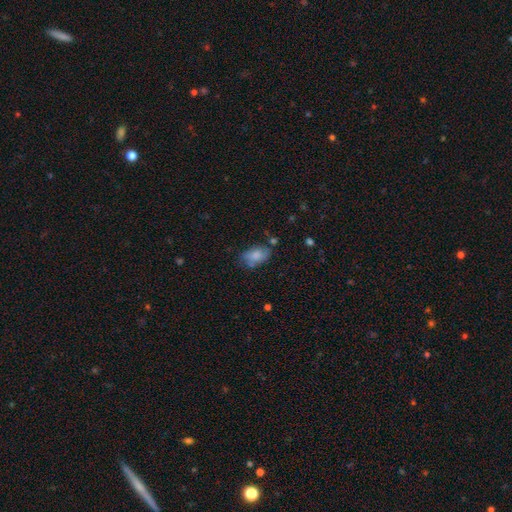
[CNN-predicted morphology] This appears to be a smooth galaxy with no disk features (78%) that is in between round and cigar-shaped (91%). Merging: none (60%).